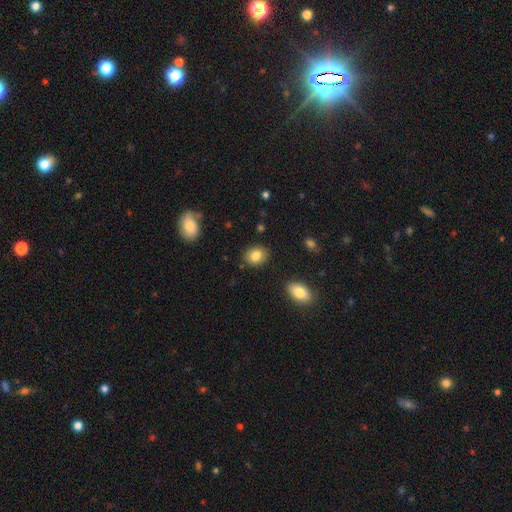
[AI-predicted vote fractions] This is clearly a smooth galaxy (84%). How rounded: possibly in between (50%). Merging: clearly none (87%).